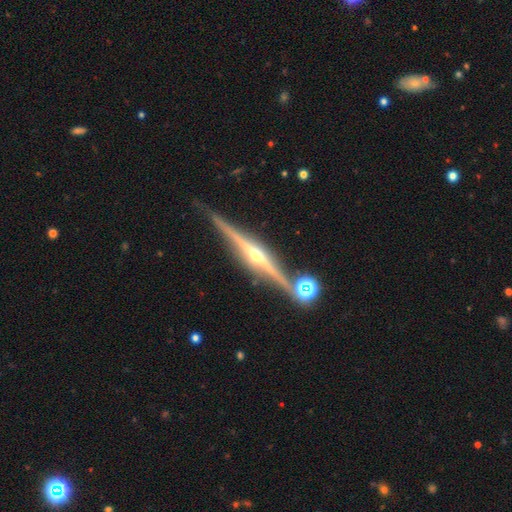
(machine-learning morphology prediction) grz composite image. It shows a featured or disk galaxy (88%) viewed edge-on (98%) with a rounded central bulge (90%). Merging: none (84%).